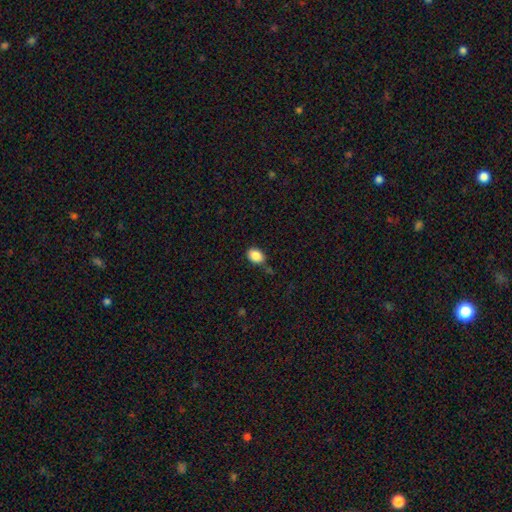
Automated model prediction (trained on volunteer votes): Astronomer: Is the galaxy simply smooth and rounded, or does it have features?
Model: smooth — 87%.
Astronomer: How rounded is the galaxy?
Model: in between — 79%.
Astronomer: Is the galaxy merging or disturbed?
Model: none — 68%.